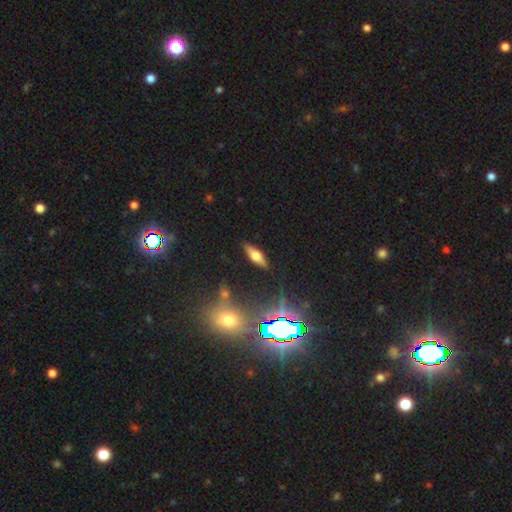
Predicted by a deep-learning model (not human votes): The model was most divided on "smooth or featured": smooth: 45%, featured or disk: 43%, star or artifact: 12%. More confident: merging — none (86%).